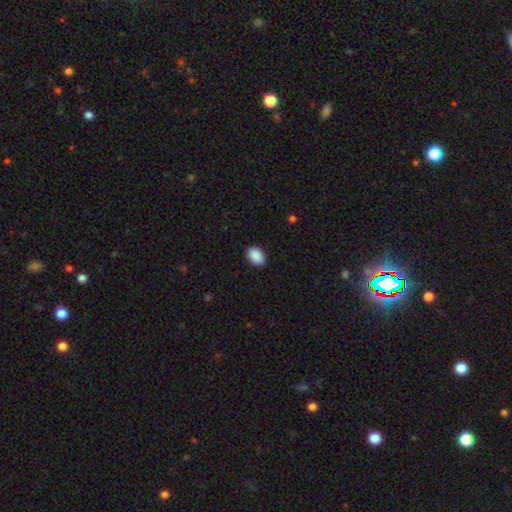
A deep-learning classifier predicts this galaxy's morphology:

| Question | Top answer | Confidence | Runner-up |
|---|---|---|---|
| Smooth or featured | smooth | 91% | star or artifact (7%) |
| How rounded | in between | 85% | round (14%) |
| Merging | none | 90% | minor disturbance (7%) |